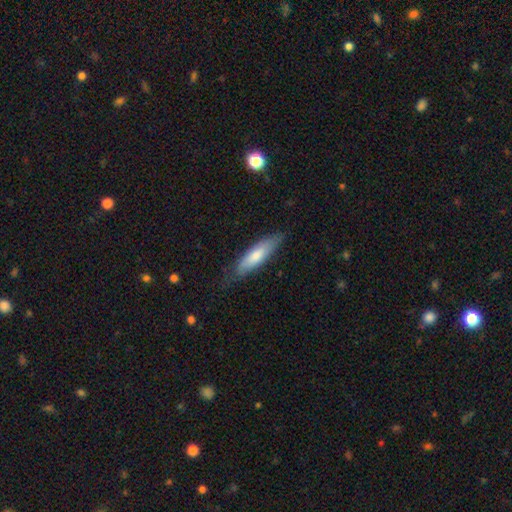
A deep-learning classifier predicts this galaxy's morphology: Q: Smooth or featured?
A: smooth (68%); runner-up: featured or disk (27%)
Q: How rounded?
A: cigar-shaped (65%); runner-up: in between (33%)
Q: Merging?
A: none (75%); runner-up: minor disturbance (19%)